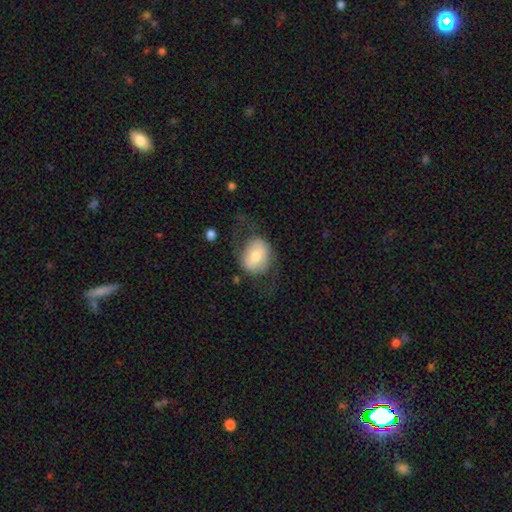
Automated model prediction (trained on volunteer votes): This appears to be a smooth galaxy with no disk features (58%) that is round (51%). Merging: none (55%).